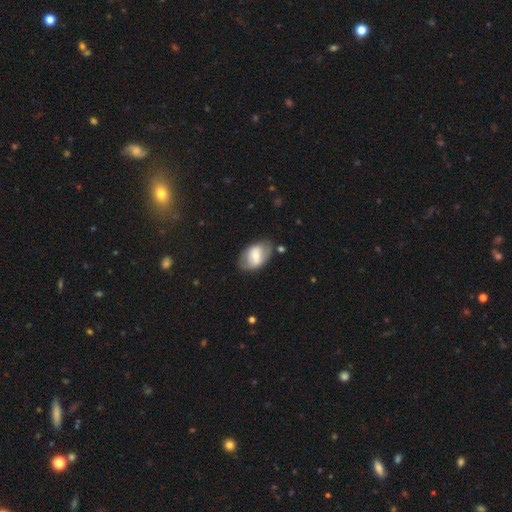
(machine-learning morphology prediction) smooth 48%, featured or disk 45%, star or artifact 7%. Down the decision tree: merging — none (71%).